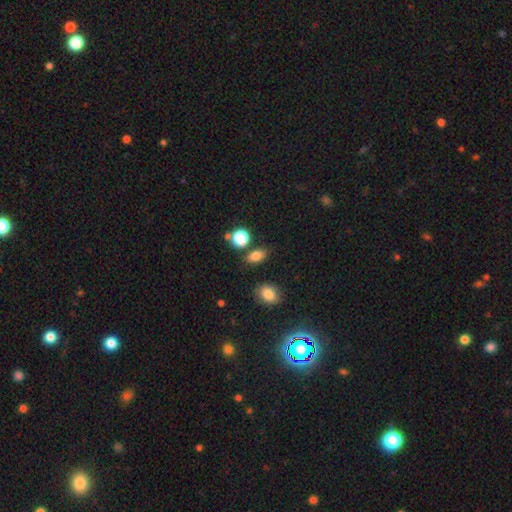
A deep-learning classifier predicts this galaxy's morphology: Smooth or featured? Predicted: smooth (p=0.80). How rounded? Predicted: in between (p=0.76). Merging? Predicted: none (p=0.79).